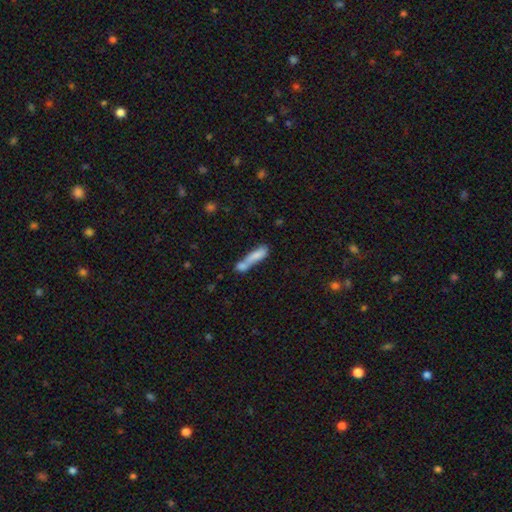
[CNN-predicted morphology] smooth-or-featured: smooth: 72% | featured or disk: 20% | star or artifact: 8%
  how-rounded: cigar-shaped: 66% | in between: 31% | round: 3%
  merging: merger: 62% | none: 20% | minor disturbance: 10% | major disturbance: 8%